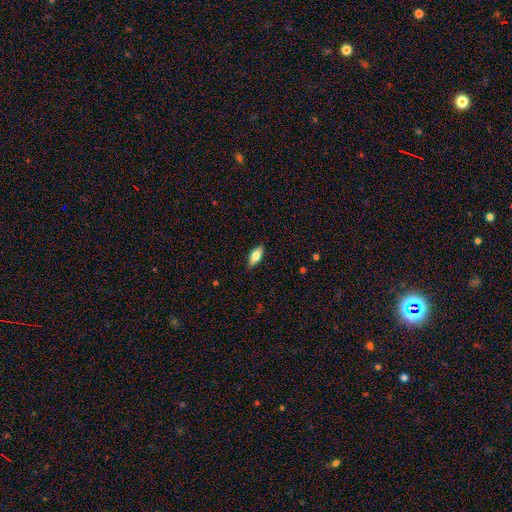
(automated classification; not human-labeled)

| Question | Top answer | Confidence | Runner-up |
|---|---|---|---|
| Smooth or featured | smooth | 64% | featured or disk (30%) |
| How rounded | in between | 76% | cigar-shaped (21%) |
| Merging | none | 86% | minor disturbance (11%) |